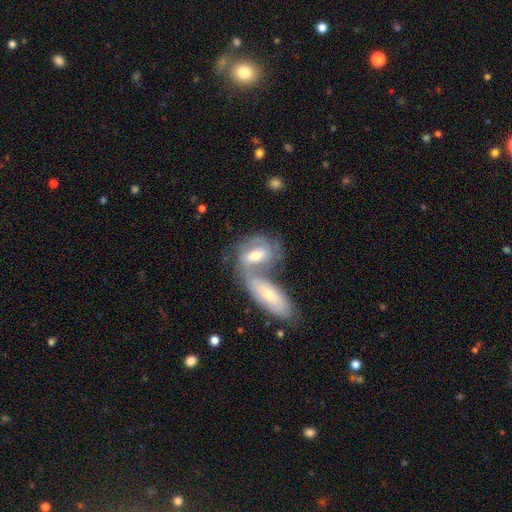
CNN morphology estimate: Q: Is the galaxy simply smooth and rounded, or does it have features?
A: featured or disk — 65%.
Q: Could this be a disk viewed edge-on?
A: no — 91%.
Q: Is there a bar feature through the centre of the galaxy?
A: weak — 45%.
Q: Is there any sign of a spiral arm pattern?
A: yes — 82%.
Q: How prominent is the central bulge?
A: moderate — 65%.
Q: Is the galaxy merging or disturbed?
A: merger — 65%.